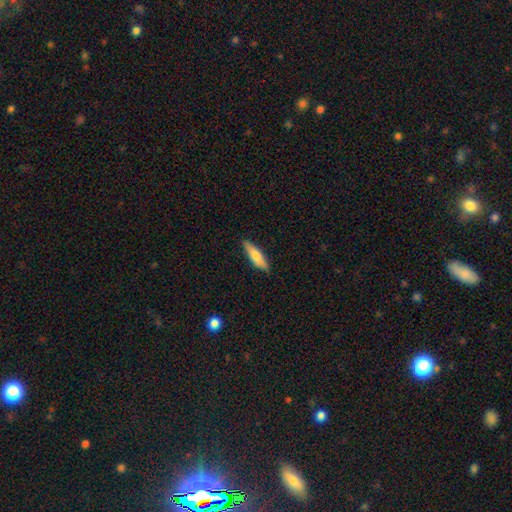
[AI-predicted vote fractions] Q: Smooth or featured?
A: smooth (61%); runner-up: featured or disk (33%)
Q: How rounded?
A: cigar-shaped (65%); runner-up: in between (33%)
Q: Merging?
A: none (87%); runner-up: minor disturbance (10%)